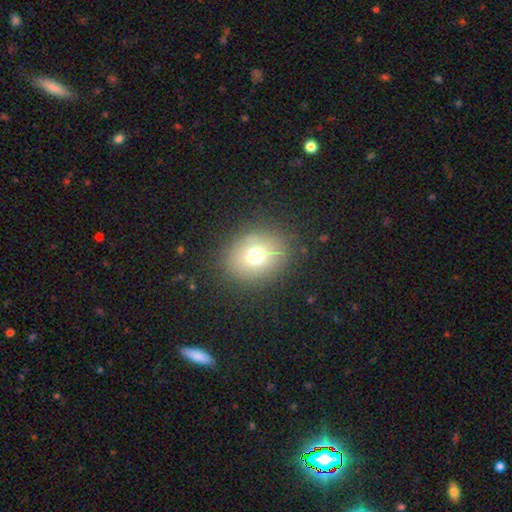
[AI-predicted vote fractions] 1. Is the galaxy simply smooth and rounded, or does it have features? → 66% smooth, 18% featured or disk, 17% star or artifact.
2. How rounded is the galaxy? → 63% round, 36% in between, 1% cigar-shaped.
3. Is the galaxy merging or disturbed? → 82% none, 11% minor disturbance, 5% major disturbance, 1% merger.